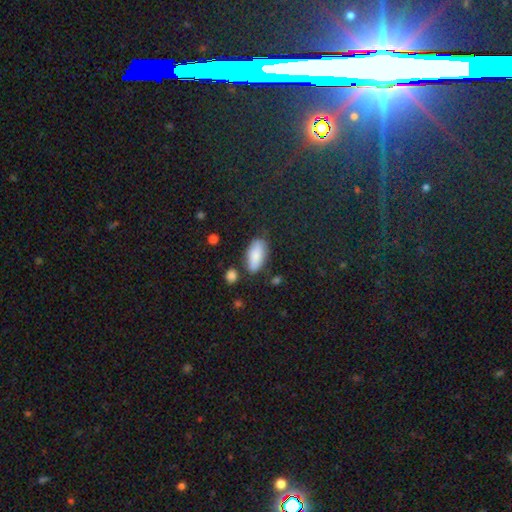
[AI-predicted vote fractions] Overall: smooth (82%). How rounded: in between (87%). Merging: none (72%).